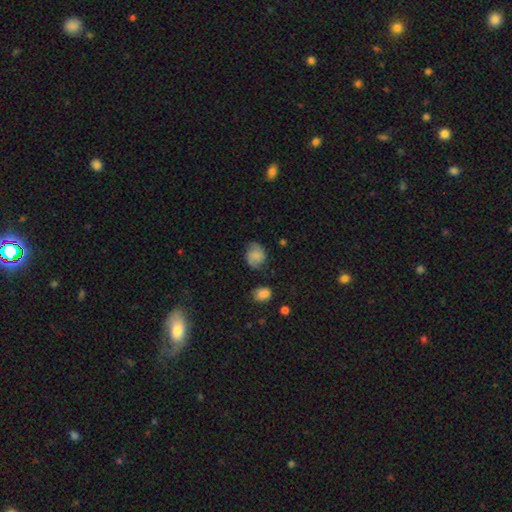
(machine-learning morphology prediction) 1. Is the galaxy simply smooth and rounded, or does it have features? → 59% smooth, 32% featured or disk, 10% star or artifact.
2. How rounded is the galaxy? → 56% round, 43% in between, 1% cigar-shaped.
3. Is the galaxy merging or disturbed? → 66% none, 24% minor disturbance, 7% major disturbance, 3% merger.